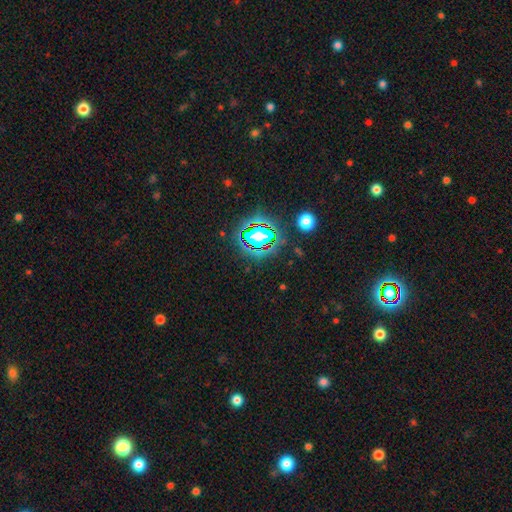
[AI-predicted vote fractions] Smooth or featured: star or artifact — 81% (smooth — 12%)